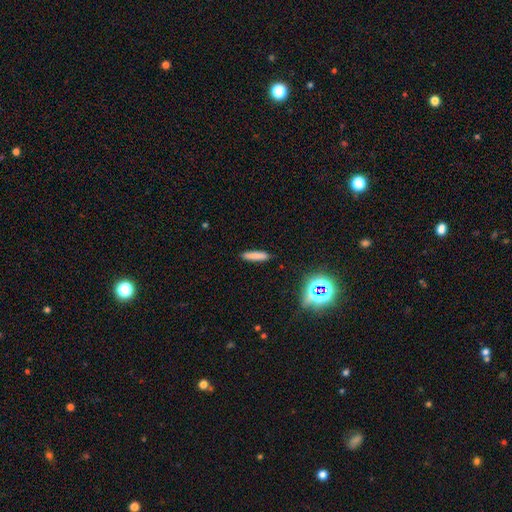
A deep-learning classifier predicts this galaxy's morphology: Overall: smooth (79%). How rounded: cigar-shaped (86%). Merging: none (88%).